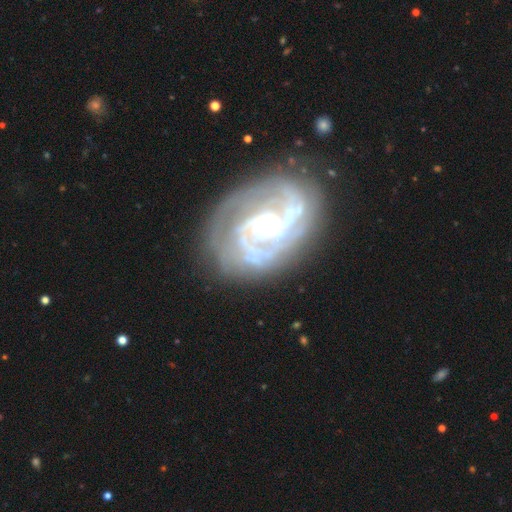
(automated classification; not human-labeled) A featured or disk galaxy (87%) with no bar (60%), 2 (30%) tight (60%) spiral arms (93%) and a moderate central bulge (50%). Merging: none (64%).